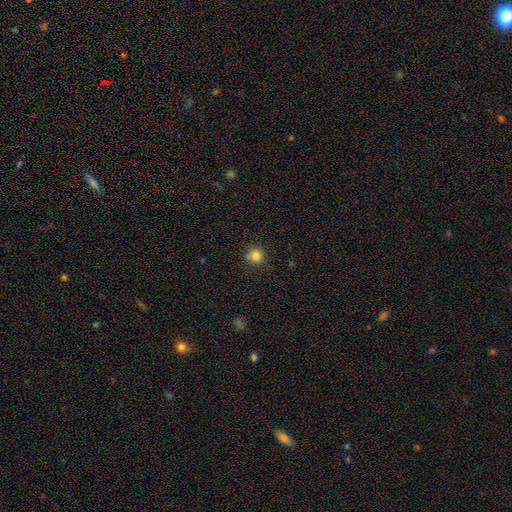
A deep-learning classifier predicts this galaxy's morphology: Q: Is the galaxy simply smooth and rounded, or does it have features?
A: smooth — 82%.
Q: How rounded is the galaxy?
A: round — 91%.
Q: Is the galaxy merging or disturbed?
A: none — 87%.